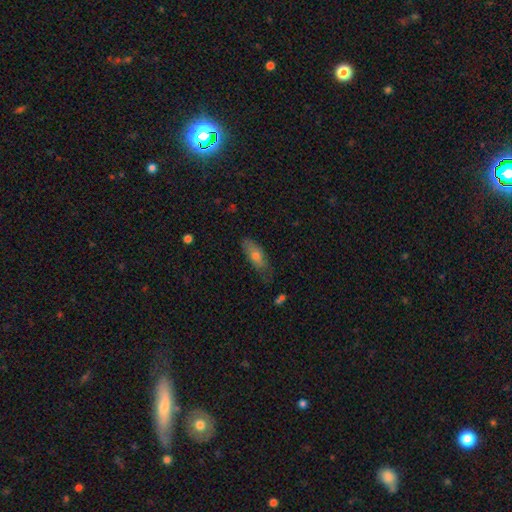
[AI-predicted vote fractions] smooth-or-featured: smooth: 64% | featured or disk: 28% | star or artifact: 8%
  how-rounded: in between: 64% | cigar-shaped: 34% | round: 3%
  merging: none: 70% | minor disturbance: 23% | major disturbance: 5% | merger: 2%